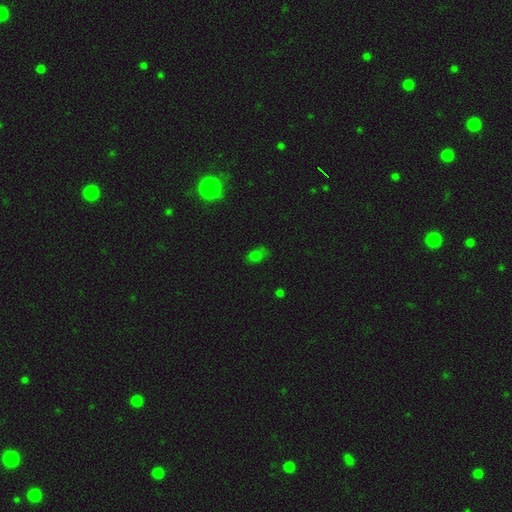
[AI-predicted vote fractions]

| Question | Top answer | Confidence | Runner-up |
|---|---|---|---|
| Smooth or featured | smooth | 68% | star or artifact (24%) |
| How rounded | in between | 81% | round (16%) |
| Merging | none | 65% | minor disturbance (23%) |